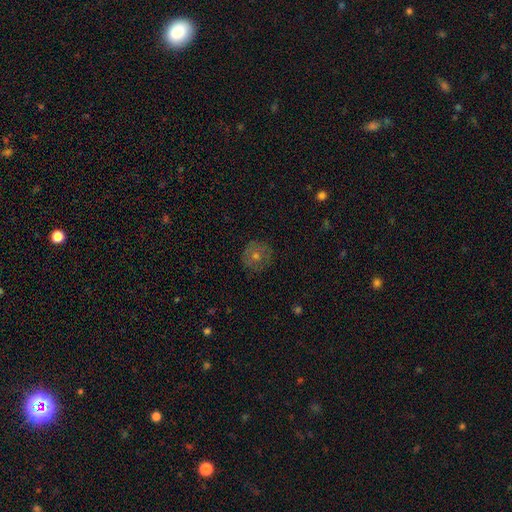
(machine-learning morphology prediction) This is possibly a smooth galaxy (56%). How rounded: clearly round (92%). Merging: clearly none (85%).